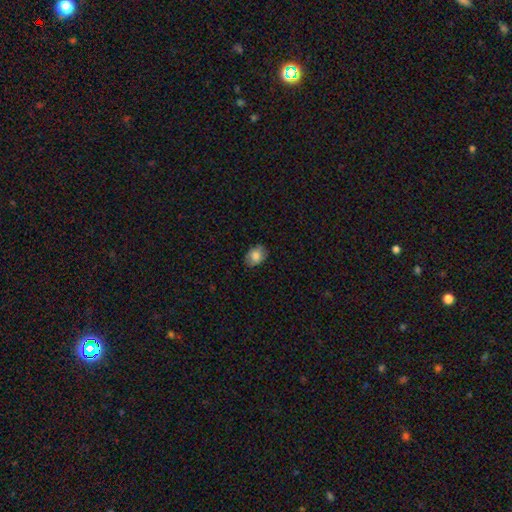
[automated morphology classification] A smooth galaxy with no disk features (81%) that is in between round and cigar-shaped (72%).

Vote fractions:
- Smooth or featured? smooth: 81% / featured or disk: 11% / star or artifact: 8%
- How rounded? in between: 72% / round: 27% / cigar-shaped: 1%
- Merging? none: 82% / minor disturbance: 14% / major disturbance: 3% / merger: 1%